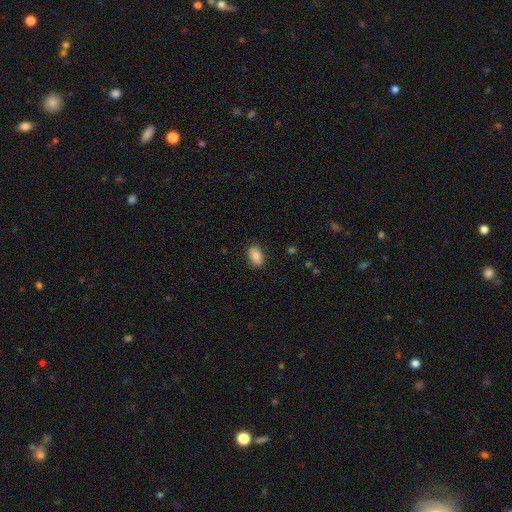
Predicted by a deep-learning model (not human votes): Q: Smooth or featured?
A: smooth (83%); runner-up: featured or disk (10%)
Q: How rounded?
A: in between (91%); runner-up: round (7%)
Q: Merging?
A: none (88%); runner-up: minor disturbance (9%)